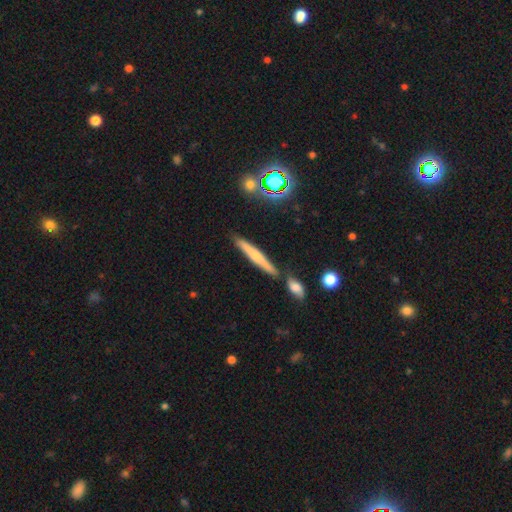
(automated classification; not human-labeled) The model was most divided on "smooth or featured": smooth: 55%, featured or disk: 35%, star or artifact: 10%. More confident: how rounded — cigar-shaped (93%); merging — none (78%).